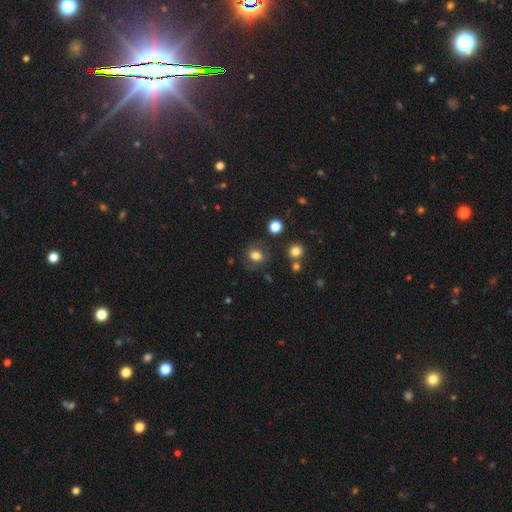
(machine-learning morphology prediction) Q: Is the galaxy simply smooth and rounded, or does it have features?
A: smooth — 70%.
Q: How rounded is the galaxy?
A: round — 55%.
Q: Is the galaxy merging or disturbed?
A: none — 73%.